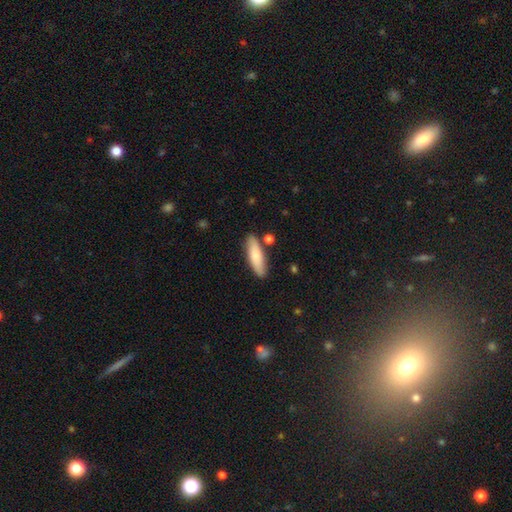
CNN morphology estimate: type=smooth (79%); roundness=cigar-shaped (57%); merging=none (83%).